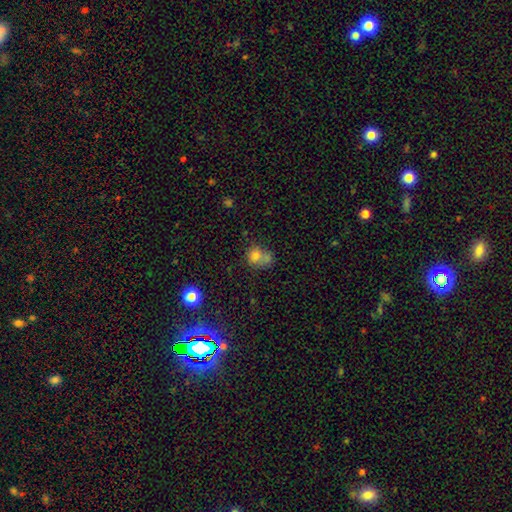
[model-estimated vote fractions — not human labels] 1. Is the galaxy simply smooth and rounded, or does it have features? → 73% smooth, 13% featured or disk, 13% star or artifact.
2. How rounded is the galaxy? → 65% round, 34% in between, 1% cigar-shaped.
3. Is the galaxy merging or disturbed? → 45% merger, 33% none, 14% minor disturbance, 9% major disturbance.